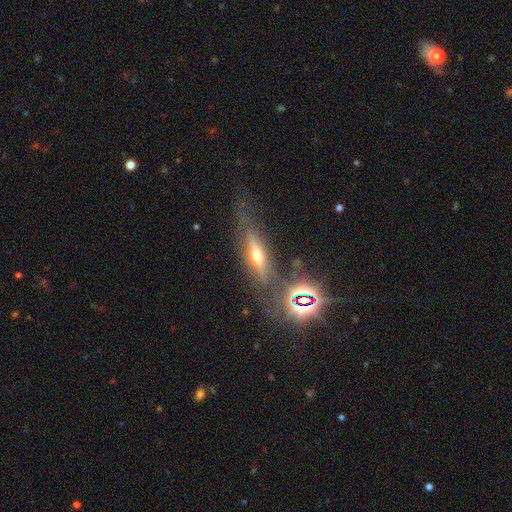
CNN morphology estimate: Smooth or featured?
  - featured or disk: 56% *
  - smooth: 28%
  - star or artifact: 16%
Edge-on disk?
  - yes: 85% *
  - no: 15%
Merging?
  - none: 68% *
  - minor disturbance: 17%
  - major disturbance: 9%
  - merger: 7%